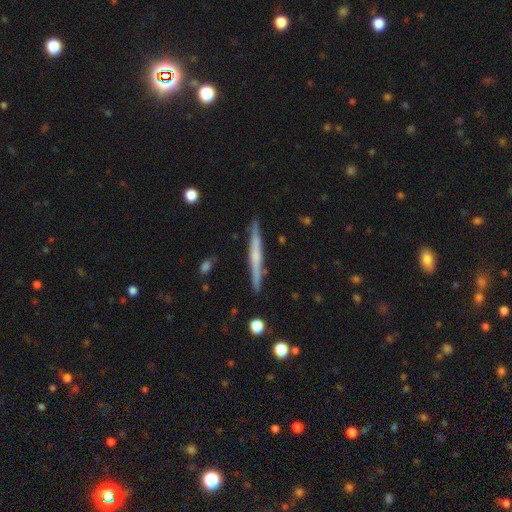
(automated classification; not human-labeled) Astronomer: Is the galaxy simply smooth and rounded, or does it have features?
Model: featured or disk — 59% (runner-up: smooth, 35%).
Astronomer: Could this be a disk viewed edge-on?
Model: yes — 97%.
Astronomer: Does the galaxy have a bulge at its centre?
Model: none — 48% (runner-up: rounded, 43%).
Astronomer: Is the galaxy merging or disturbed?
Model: none — 89%.